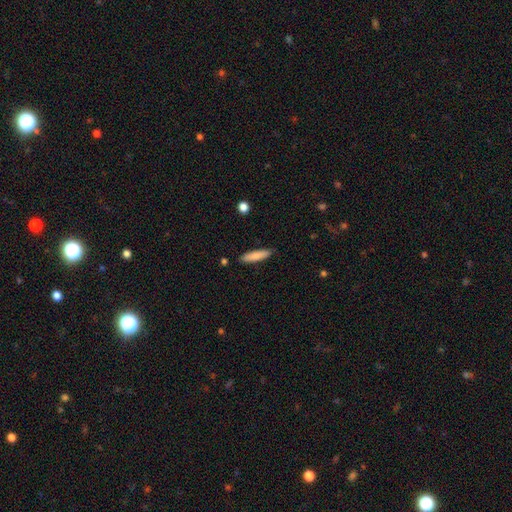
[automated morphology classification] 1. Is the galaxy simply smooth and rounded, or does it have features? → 83% smooth, 11% featured or disk, 6% star or artifact.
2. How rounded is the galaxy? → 79% cigar-shaped, 20% in between, 1% round.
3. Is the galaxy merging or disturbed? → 87% none, 9% minor disturbance, 2% major disturbance, 2% merger.